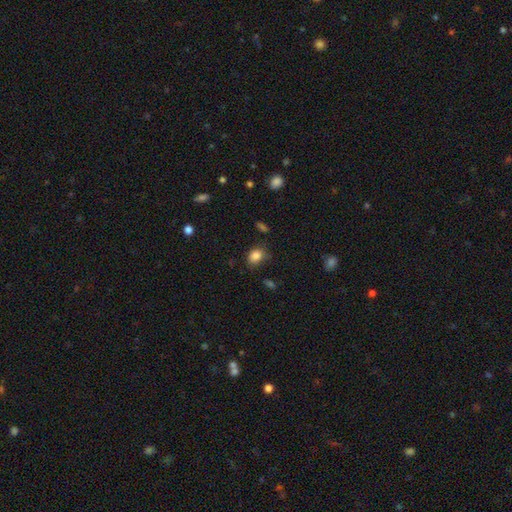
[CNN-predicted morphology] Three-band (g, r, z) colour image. It shows a smooth galaxy with no disk features (84%) that is in between round and cigar-shaped (59%). Merging: none (70%).